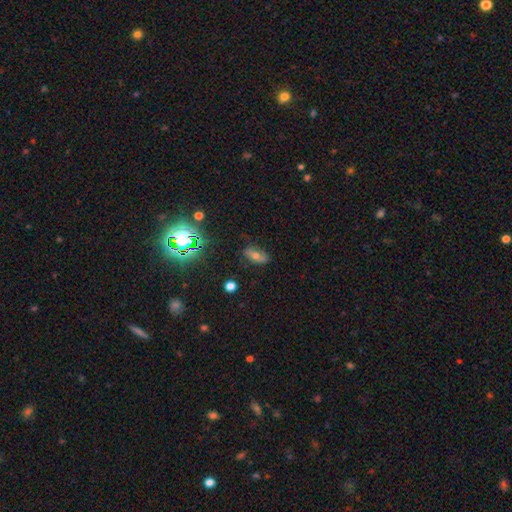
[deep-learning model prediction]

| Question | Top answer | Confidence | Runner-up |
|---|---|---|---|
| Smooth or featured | smooth | 48% | featured or disk (28%) |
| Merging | none | 76% | minor disturbance (17%) |